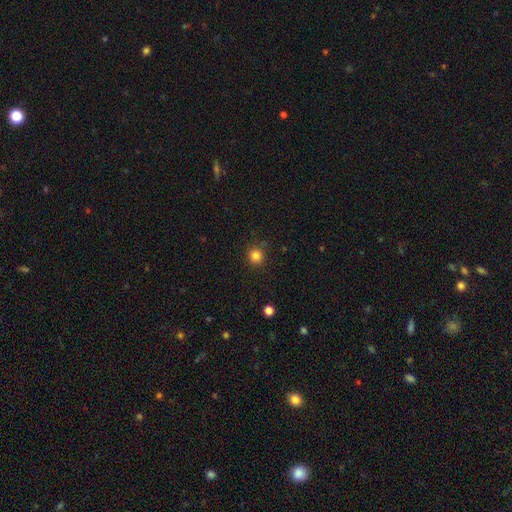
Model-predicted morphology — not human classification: Overall: smooth (83%). How rounded: round (93%). Merging: none (88%).